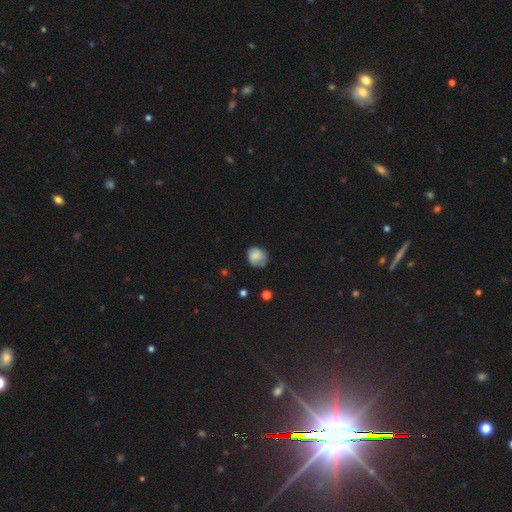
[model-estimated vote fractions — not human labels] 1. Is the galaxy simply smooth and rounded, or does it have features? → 76% smooth, 15% featured or disk, 8% star or artifact.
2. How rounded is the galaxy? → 75% round, 24% in between, 1% cigar-shaped.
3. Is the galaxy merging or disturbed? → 64% none, 27% minor disturbance, 8% major disturbance, 2% merger.